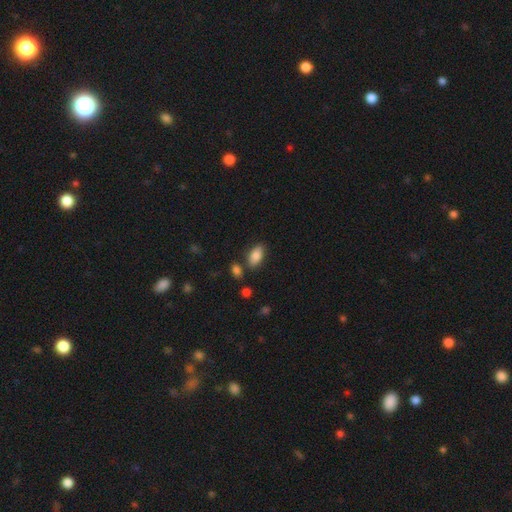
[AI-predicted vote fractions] Smooth or featured: smooth — 84% (featured or disk — 9%)
How rounded: in between — 92% (cigar-shaped — 4%)
Merging: none — 76% (minor disturbance — 14%)